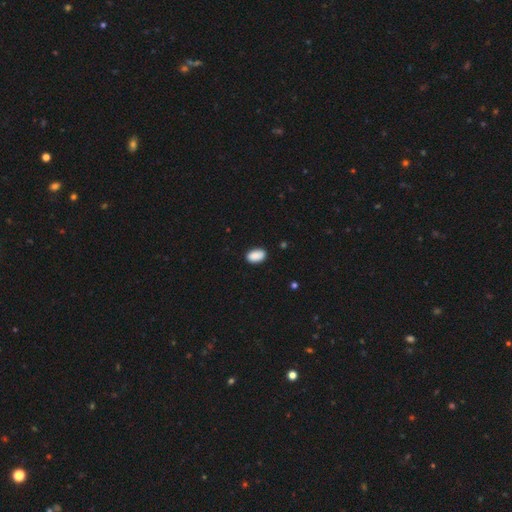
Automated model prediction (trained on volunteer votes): This appears to be a smooth galaxy with no disk features (89%) that is in between round and cigar-shaped (92%). Merging: none (85%).